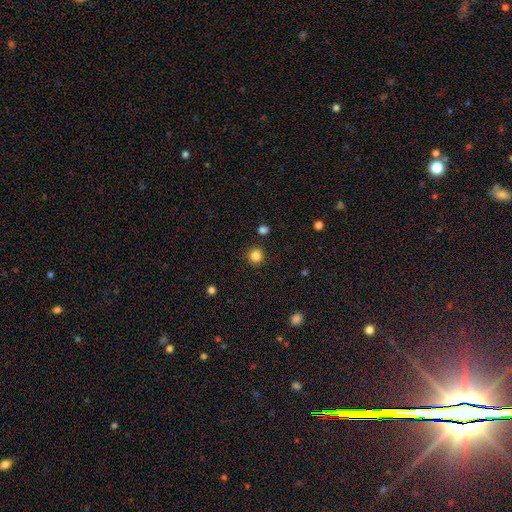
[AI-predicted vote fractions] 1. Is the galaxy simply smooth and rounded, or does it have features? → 84% smooth, 12% star or artifact, 4% featured or disk.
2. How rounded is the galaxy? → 95% round, 4% in between, 1% cigar-shaped.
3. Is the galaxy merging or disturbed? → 91% none, 5% minor disturbance, 2% merger, 2% major disturbance.